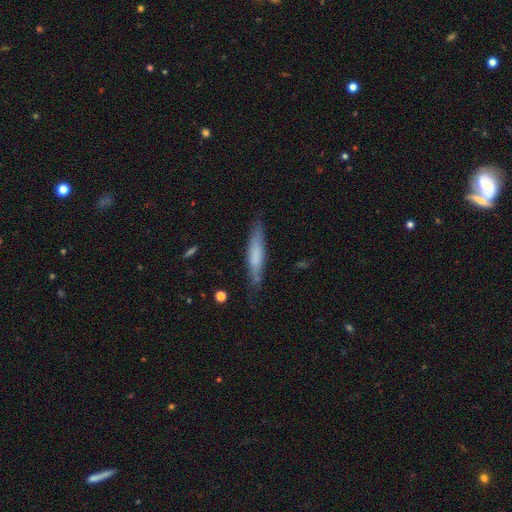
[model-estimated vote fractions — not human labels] Smooth or featured? smooth (61%)
How rounded? cigar-shaped (87%)
Merging? none (75%)